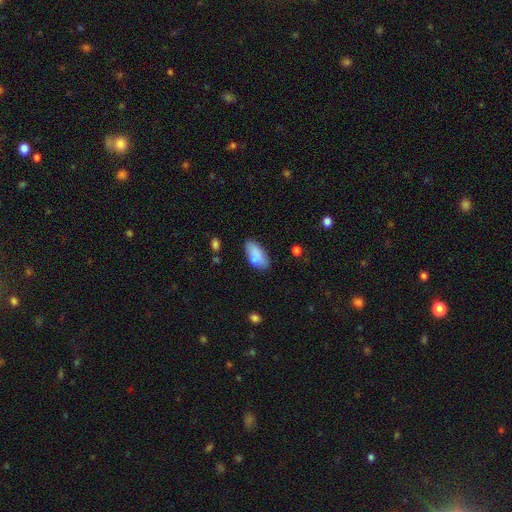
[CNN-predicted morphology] A smooth galaxy with no disk features (80%) that is in between round and cigar-shaped (90%). Merging: none (59%).